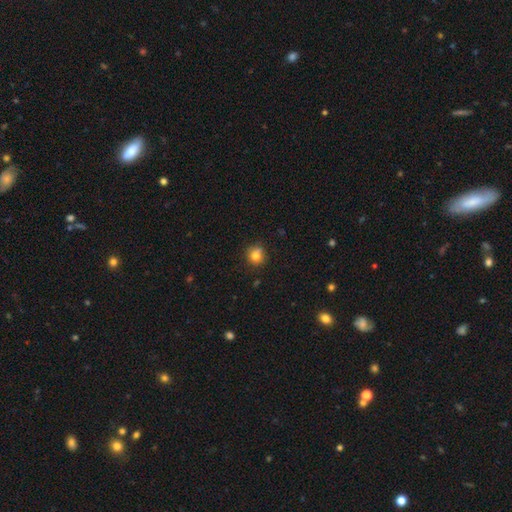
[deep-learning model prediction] smooth_or_featured: smooth (p=0.78) [alt: star or artifact p=0.13]
how_rounded: round (p=0.86) [alt: in between p=0.13]
merging: none (p=0.72) [alt: minor disturbance p=0.19]